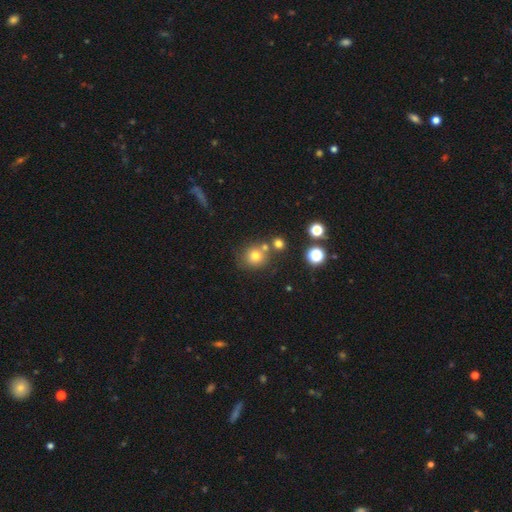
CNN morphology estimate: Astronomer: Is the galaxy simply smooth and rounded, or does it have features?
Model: smooth — 75%.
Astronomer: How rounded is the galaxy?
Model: round — 88%.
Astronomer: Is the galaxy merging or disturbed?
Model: none — 67%.